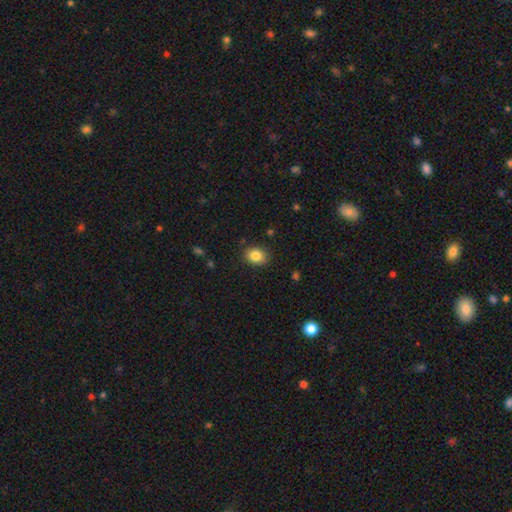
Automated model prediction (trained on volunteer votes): smooth_or_featured: smooth (p=0.85) [alt: star or artifact p=0.09]
how_rounded: in between (p=0.56) [alt: round p=0.43]
merging: none (p=0.87) [alt: minor disturbance p=0.10]